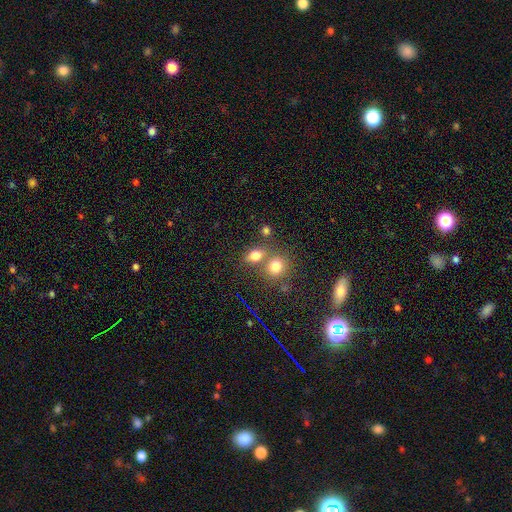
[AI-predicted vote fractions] Smooth or featured: smooth — 75% (star or artifact — 16%)
How rounded: in between — 59% (round — 39%)
Merging: none — 54% (merger — 32%)